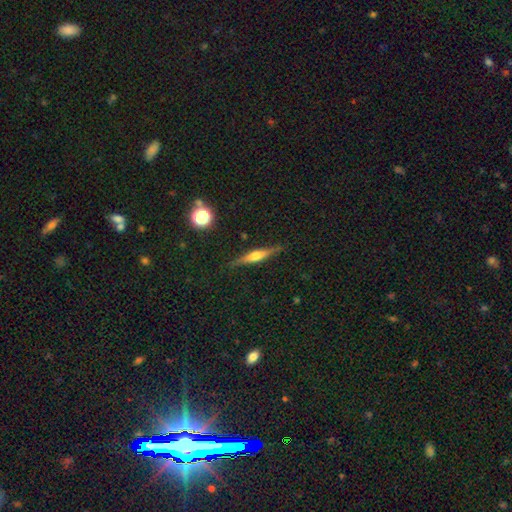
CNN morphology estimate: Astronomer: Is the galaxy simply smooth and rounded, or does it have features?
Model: featured or disk — 60%.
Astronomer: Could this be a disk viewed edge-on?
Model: yes — 96%.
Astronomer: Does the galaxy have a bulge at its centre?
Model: rounded — 82%.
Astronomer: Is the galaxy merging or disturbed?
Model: none — 85%.